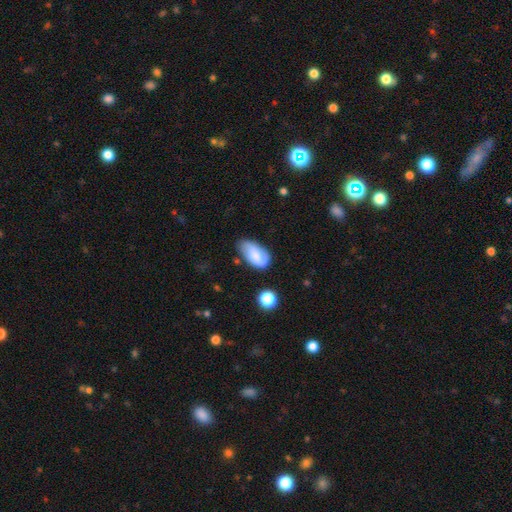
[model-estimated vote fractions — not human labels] smooth-or-featured: smooth: 67% | featured or disk: 24% | star or artifact: 8%
  how-rounded: in between: 93% | round: 4% | cigar-shaped: 3%
  merging: none: 56% | minor disturbance: 31% | major disturbance: 9% | merger: 4%